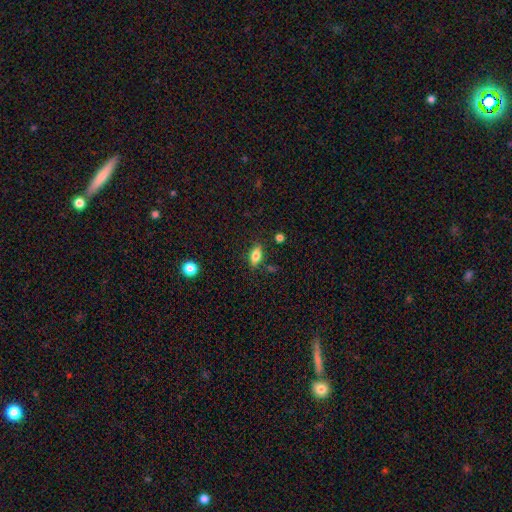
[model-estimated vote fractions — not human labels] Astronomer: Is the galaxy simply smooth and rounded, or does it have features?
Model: smooth — 74%.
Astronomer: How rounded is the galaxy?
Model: in between — 84%.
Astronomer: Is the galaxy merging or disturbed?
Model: none — 82%.